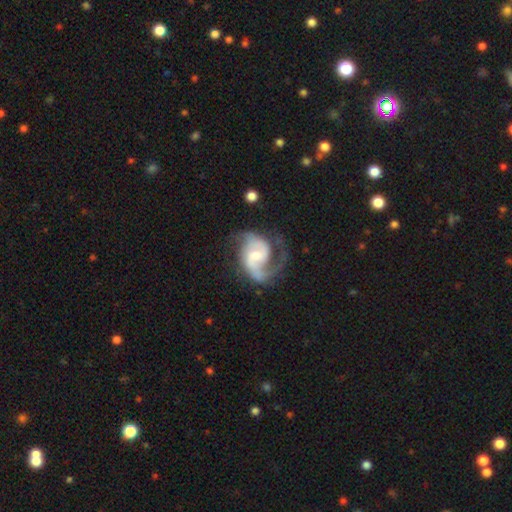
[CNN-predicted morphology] featured or disk 88%, smooth 7%, star or artifact 5%. Down the decision tree: edge-on disk — no (98%); bar — weak (46%); spiral arms — yes (97%); spiral arm count — 2 (75%); spiral winding — medium (53%); bulge size — moderate (50%); merging — none (59%).